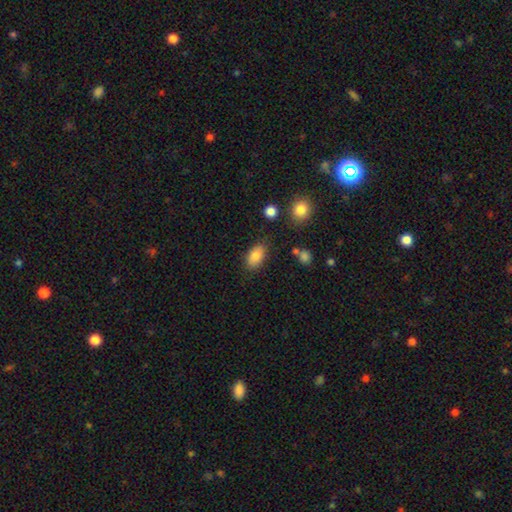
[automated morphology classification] A smooth galaxy with no disk features (83%) that is in between round and cigar-shaped (90%). Merging: none (79%).